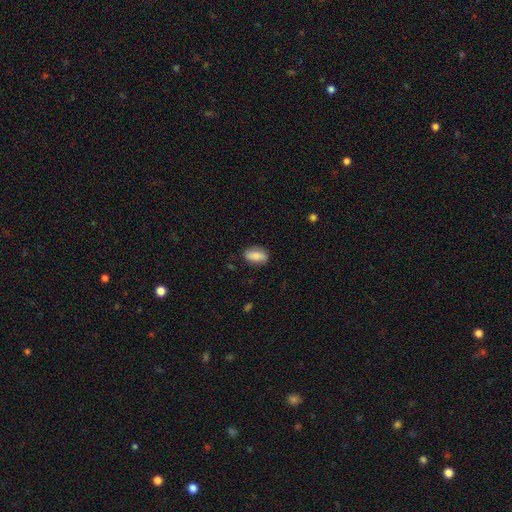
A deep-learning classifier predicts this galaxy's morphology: type=smooth (82%); roundness=in between (90%); merging=none (82%).